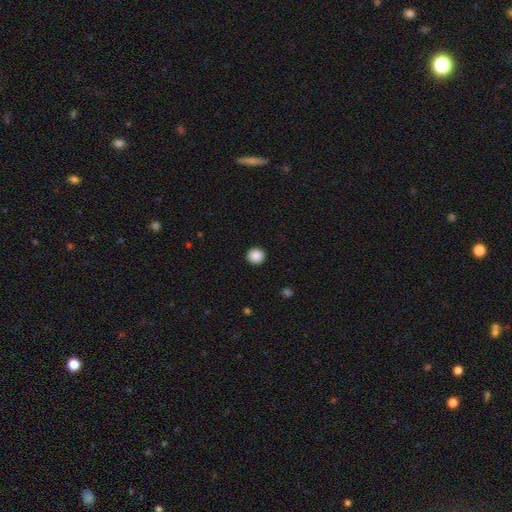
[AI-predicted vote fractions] smooth-or-featured: smooth: 89% | star or artifact: 9% | featured or disk: 2%
  how-rounded: round: 91% | in between: 8% | cigar-shaped: 1%
  merging: none: 93% | minor disturbance: 5% | major disturbance: 2% | merger: 1%